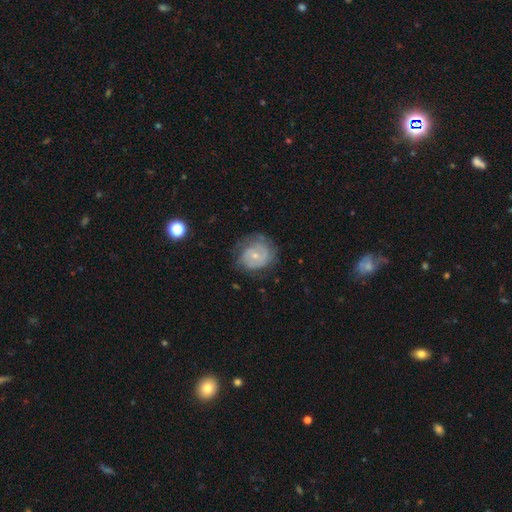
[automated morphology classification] Smooth or featured: featured or disk — 64% (smooth — 29%)
Edge-on disk: no — 97% (yes — 3%)
Bar: no — 74% (weak — 22%)
Spiral arms: yes — 77% (no — 23%)
Bulge size: small — 66% (moderate — 30%)
Merging: none — 58% (minor disturbance — 25%)